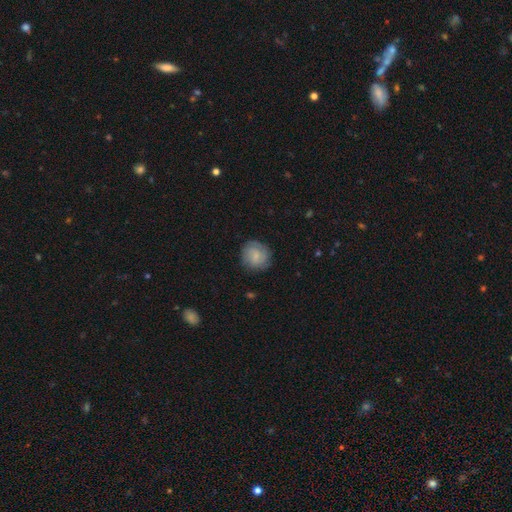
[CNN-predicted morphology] This appears to be a smooth galaxy with no disk features (67%) that is round (88%). Merging: none (80%).